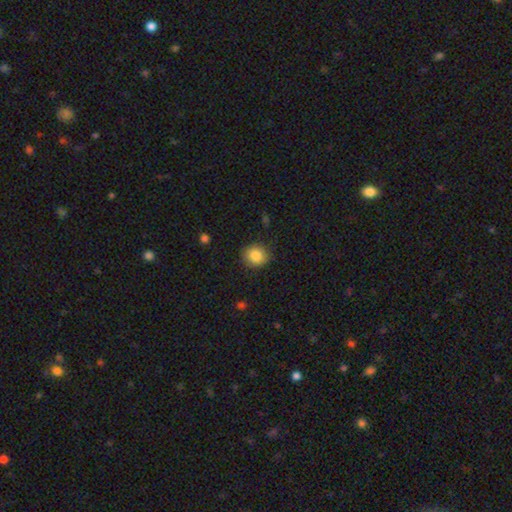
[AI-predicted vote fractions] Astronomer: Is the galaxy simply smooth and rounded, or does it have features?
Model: smooth — 86%.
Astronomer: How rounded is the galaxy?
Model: round — 84%.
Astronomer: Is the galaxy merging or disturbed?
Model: none — 85%.